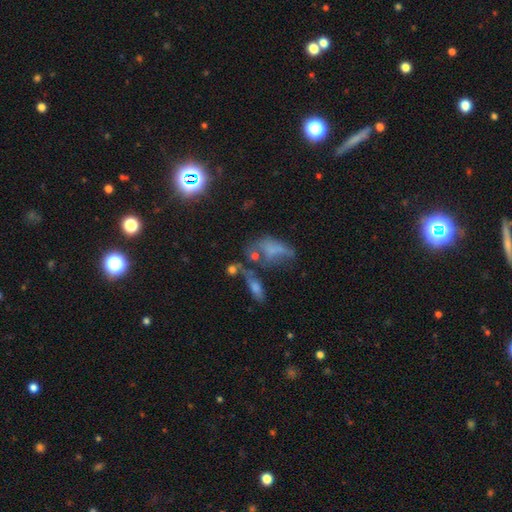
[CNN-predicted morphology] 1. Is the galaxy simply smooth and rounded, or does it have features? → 39% smooth, 32% star or artifact, 29% featured or disk.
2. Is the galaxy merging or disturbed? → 31% none, 28% major disturbance, 24% merger, 18% minor disturbance.